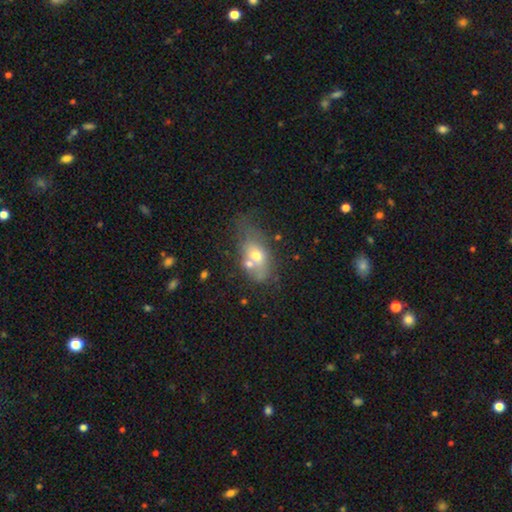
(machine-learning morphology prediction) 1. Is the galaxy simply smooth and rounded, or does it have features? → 58% smooth, 32% featured or disk, 10% star or artifact.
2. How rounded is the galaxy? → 81% in between, 16% round, 4% cigar-shaped.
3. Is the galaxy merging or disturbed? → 34% none, 29% merger, 23% minor disturbance, 15% major disturbance.